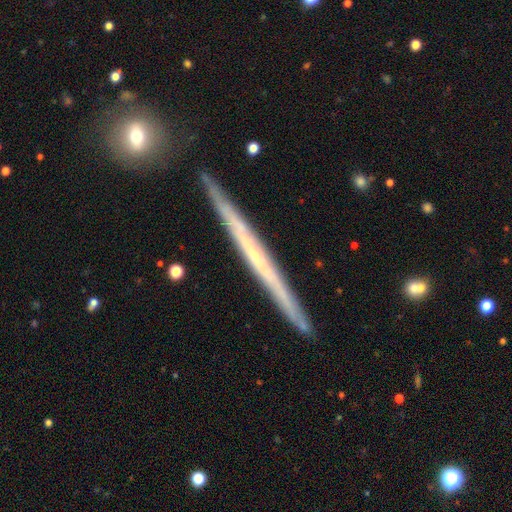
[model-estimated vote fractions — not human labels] Morphology: type=featured or disk (73%); edge-on=yes (97%); edge-on bulge=none (74%); merging=none (89%).